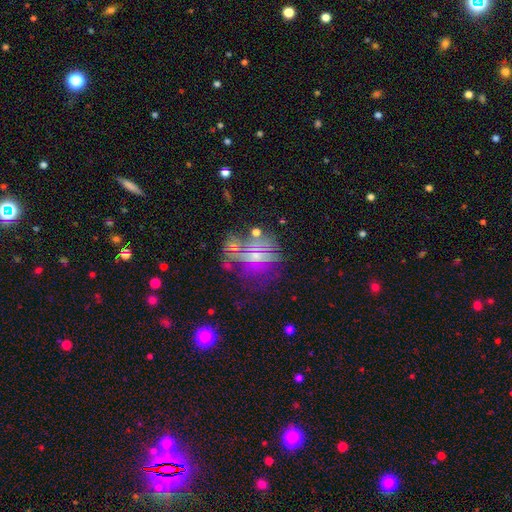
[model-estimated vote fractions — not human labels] A star or artifact, not a galaxy (42%).

Vote fractions:
- Smooth or featured? star or artifact: 42% / featured or disk: 29% / smooth: 29%